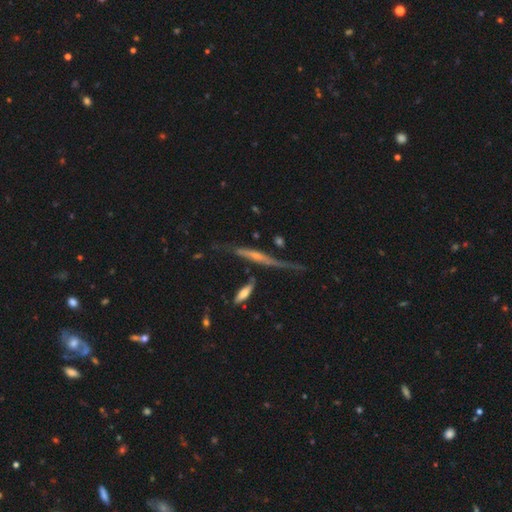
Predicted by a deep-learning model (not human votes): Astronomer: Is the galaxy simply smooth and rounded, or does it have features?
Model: featured or disk — 70%.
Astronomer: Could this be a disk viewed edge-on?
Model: yes — 80%.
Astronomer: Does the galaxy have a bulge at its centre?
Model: rounded — 61%.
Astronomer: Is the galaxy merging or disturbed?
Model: none — 49%.